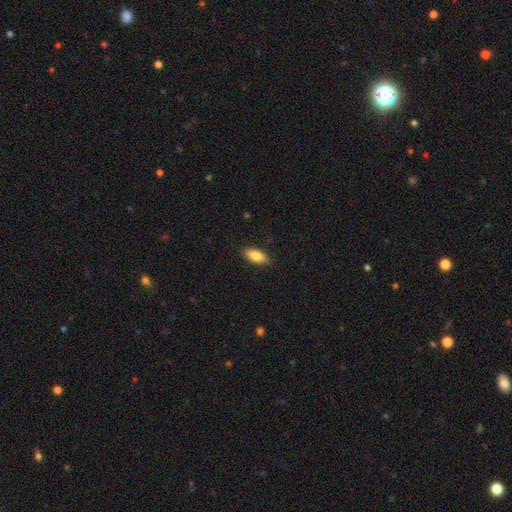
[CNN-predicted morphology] Smooth or featured?
  - smooth: 82% *
  - featured or disk: 12%
  - star or artifact: 6%
How rounded?
  - in between: 81% *
  - cigar-shaped: 17%
  - round: 2%
Merging?
  - none: 87% *
  - minor disturbance: 10%
  - major disturbance: 2%
  - merger: 1%